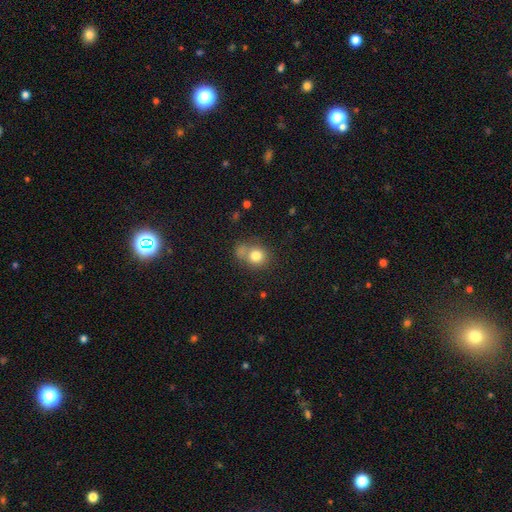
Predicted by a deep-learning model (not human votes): A smooth galaxy with no disk features (79%) that is round (74%).

Vote fractions:
- Smooth or featured? smooth: 79% / featured or disk: 10% / star or artifact: 10%
- How rounded? round: 74% / in between: 25% / cigar-shaped: 1%
- Merging? none: 51% / merger: 25% / minor disturbance: 16% / major disturbance: 8%